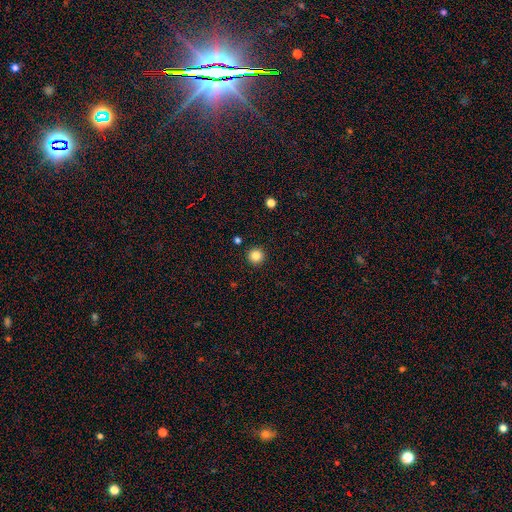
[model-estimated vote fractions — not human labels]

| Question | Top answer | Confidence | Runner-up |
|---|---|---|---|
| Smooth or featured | smooth | 84% | star or artifact (11%) |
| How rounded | round | 96% | in between (3%) |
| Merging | none | 93% | minor disturbance (4%) |